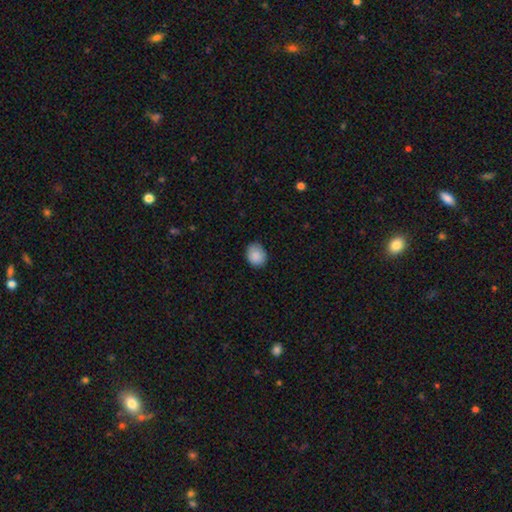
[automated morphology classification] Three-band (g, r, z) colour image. It shows a smooth galaxy with no disk features (88%) that is round (53%). Merging: none (80%).